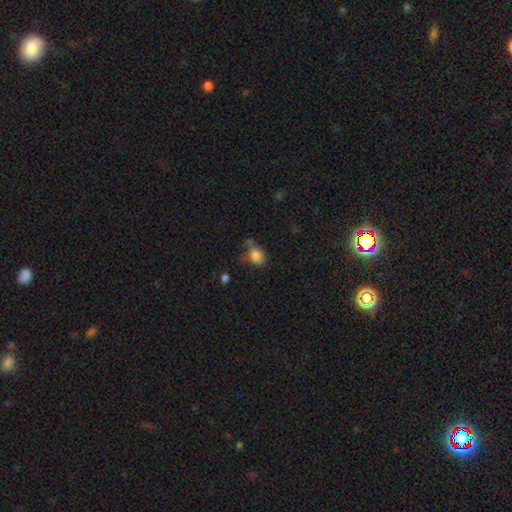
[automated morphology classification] smooth 82%, star or artifact 10%, featured or disk 8%. Down the decision tree: how rounded — in between (73%); merging — none (51%).